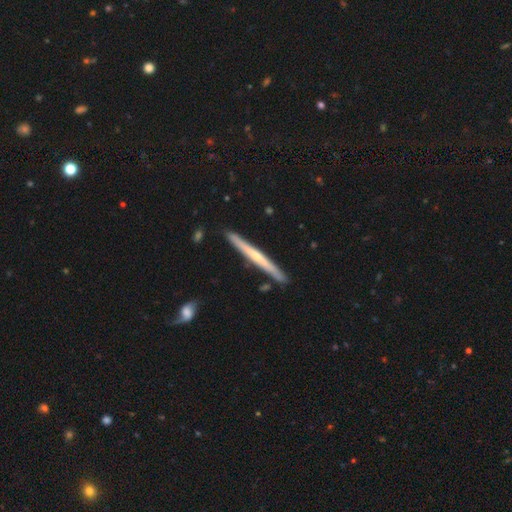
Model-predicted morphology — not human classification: Smooth or featured?
  - featured or disk: 61% *
  - smooth: 34%
  - star or artifact: 5%
Edge-on disk?
  - yes: 97% *
  - no: 3%
Edge-on bulge?
  - rounded: 52% *
  - none: 44%
  - boxy: 5%
Merging?
  - none: 89% *
  - minor disturbance: 8%
  - merger: 2%
  - major disturbance: 1%